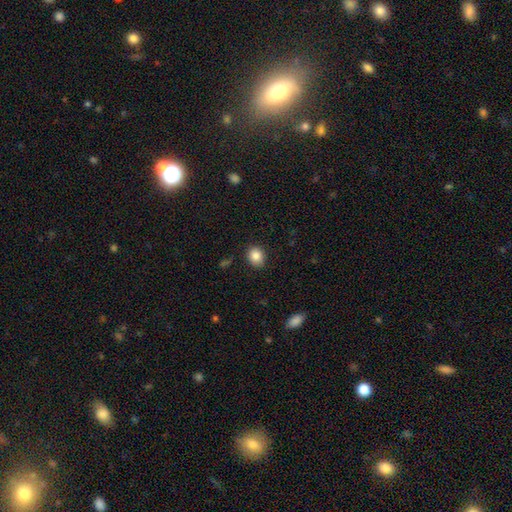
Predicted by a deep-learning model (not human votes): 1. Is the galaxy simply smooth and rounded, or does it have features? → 86% smooth, 10% star or artifact, 5% featured or disk.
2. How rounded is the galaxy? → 68% round, 31% in between, 1% cigar-shaped.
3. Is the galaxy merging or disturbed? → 88% none, 9% minor disturbance, 2% major disturbance, 1% merger.